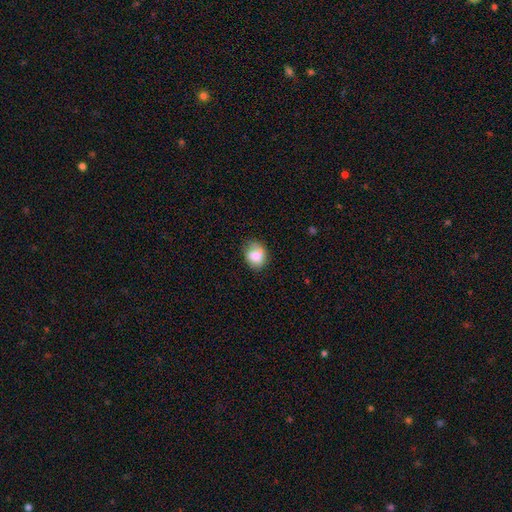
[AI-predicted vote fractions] This is likely a smooth galaxy (80%). How rounded: possibly round (53%). Merging: likely none (60%).